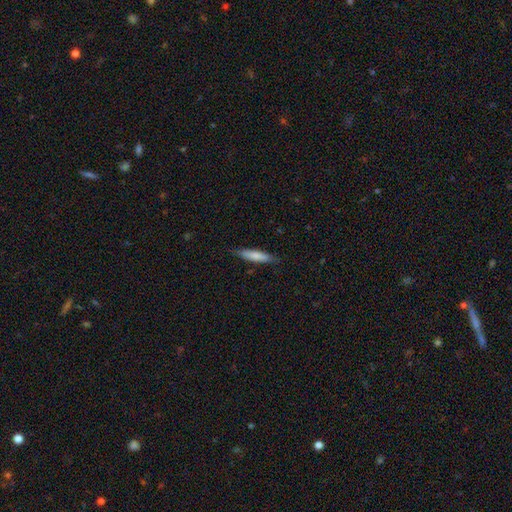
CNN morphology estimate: A smooth galaxy with no disk features (75%) that is cigar-shaped (82%).

Vote fractions:
- Smooth or featured? smooth: 75% / featured or disk: 20% / star or artifact: 6%
- How rounded? cigar-shaped: 82% / in between: 16% / round: 1%
- Merging? none: 83% / minor disturbance: 14% / major disturbance: 2% / merger: 1%